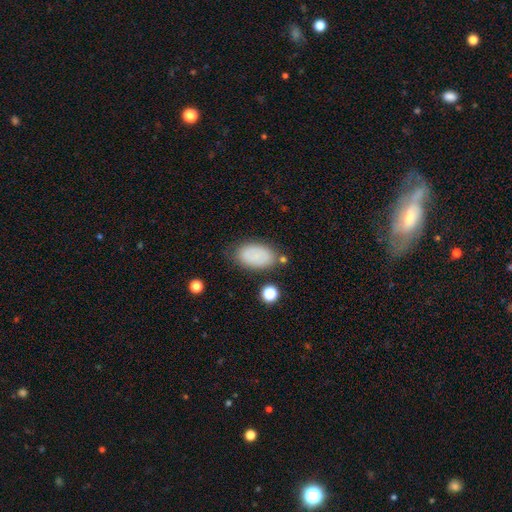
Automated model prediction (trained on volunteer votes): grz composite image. It shows a smooth galaxy with no disk features (78%) that is in between round and cigar-shaped (93%). Merging: none (74%).